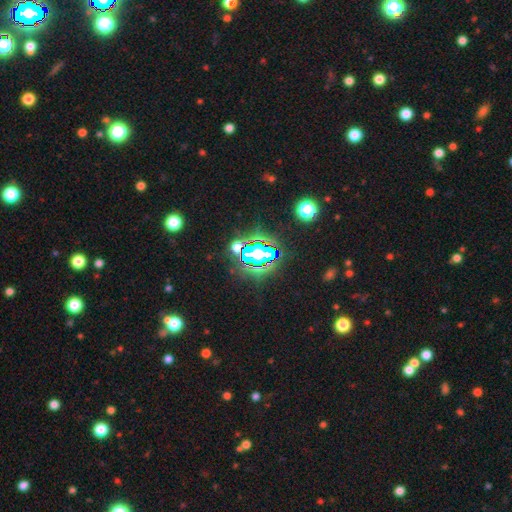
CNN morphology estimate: Smooth or featured? Predicted: star or artifact (p=0.70).